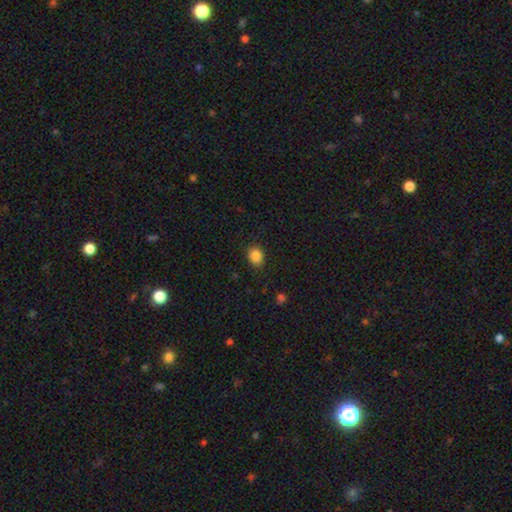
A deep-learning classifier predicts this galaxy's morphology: Overall: smooth (86%). How rounded: in between (54%; round 45%). Merging: none (86%).